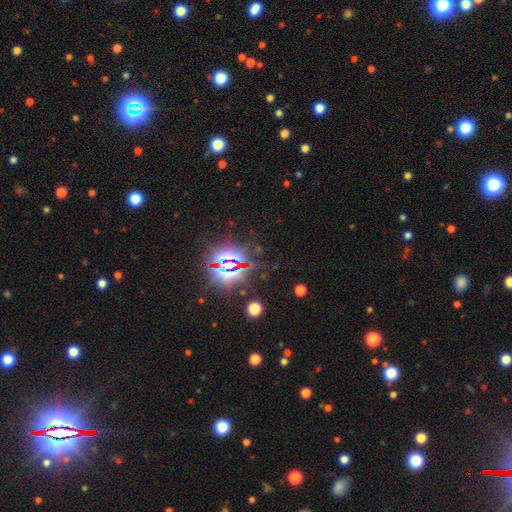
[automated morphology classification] star or artifact 84%, smooth 10%, featured or disk 6%.